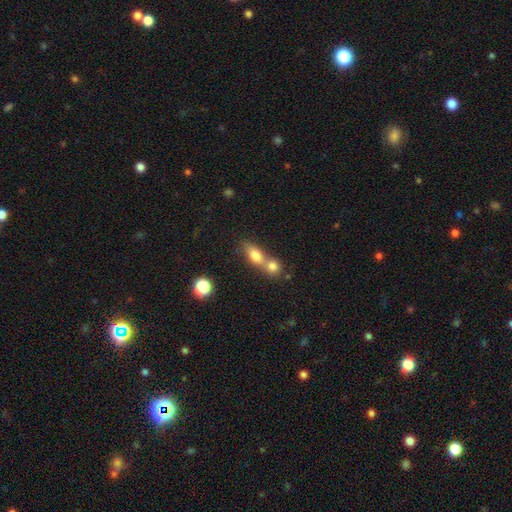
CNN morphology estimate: Overall: smooth (76%). How rounded: in between (65%; round 26%). Merging: merger (62%; none 27%).